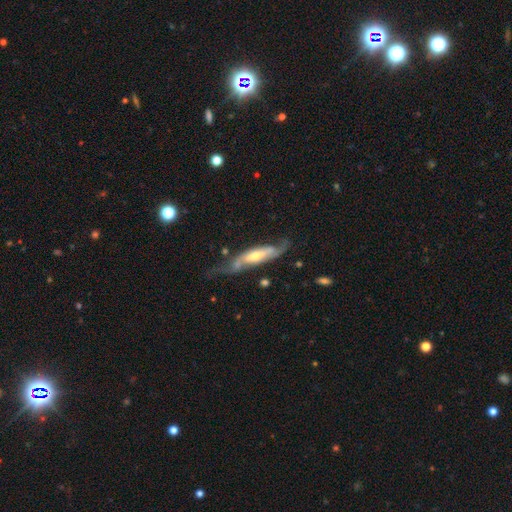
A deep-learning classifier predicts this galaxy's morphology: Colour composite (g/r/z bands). It shows a featured or disk galaxy (77%). Merging: none (55%).